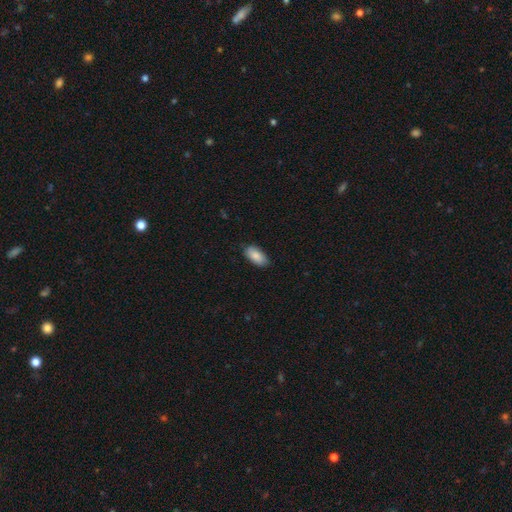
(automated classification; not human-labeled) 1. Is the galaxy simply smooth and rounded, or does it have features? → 88% smooth, 6% featured or disk, 6% star or artifact.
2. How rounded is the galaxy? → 93% in between, 5% cigar-shaped, 2% round.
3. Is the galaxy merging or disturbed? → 83% none, 14% minor disturbance, 2% major disturbance, 1% merger.